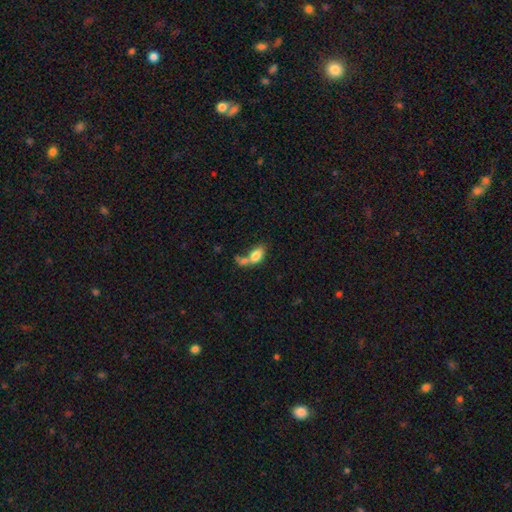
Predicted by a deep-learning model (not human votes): A smooth galaxy with no disk features (77%) that is in between round and cigar-shaped (87%).

Vote fractions:
- Smooth or featured? smooth: 77% / featured or disk: 15% / star or artifact: 8%
- How rounded? in between: 87% / round: 8% / cigar-shaped: 5%
- Merging? merger: 48% / none: 27% / minor disturbance: 13% / major disturbance: 11%